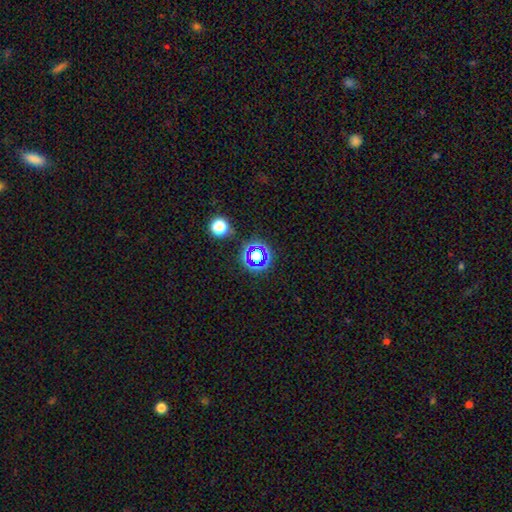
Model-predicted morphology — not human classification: smooth_or_featured: star or artifact (p=0.58) [alt: smooth p=0.30]